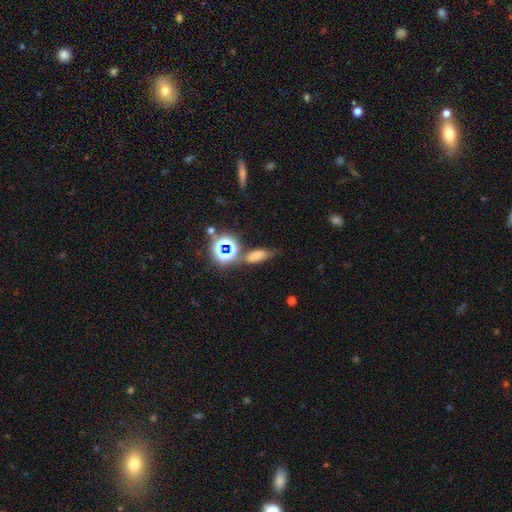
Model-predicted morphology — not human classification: smooth-or-featured: smooth: 64% | star or artifact: 26% | featured or disk: 10%
  how-rounded: in between: 69% | cigar-shaped: 20% | round: 11%
  merging: none: 60% | minor disturbance: 20% | merger: 12% | major disturbance: 8%